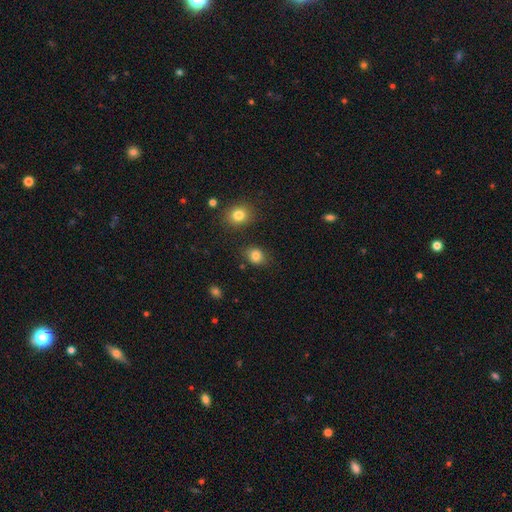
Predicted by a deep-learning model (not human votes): Q: Smooth or featured?
A: smooth (83%); runner-up: star or artifact (11%)
Q: How rounded?
A: round (53%); runner-up: in between (46%)
Q: Merging?
A: none (80%); runner-up: minor disturbance (12%)